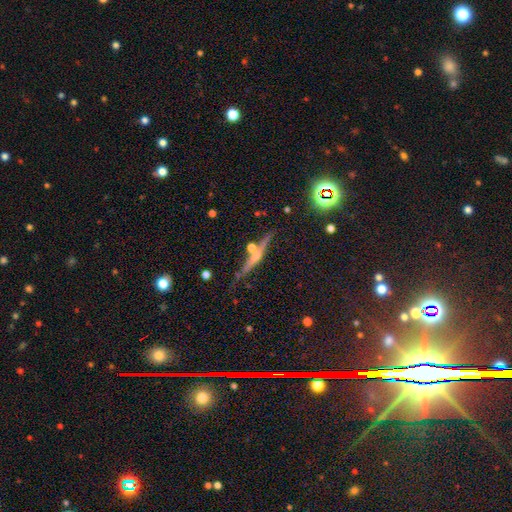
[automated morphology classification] This is likely a featured or disk galaxy (70%). It is clearly viewed edge-on (96%). Edge-on bulge: clearly rounded (81%). Merging: likely none (77%).